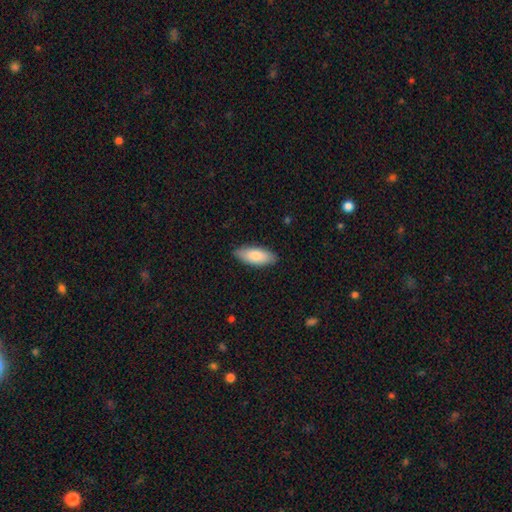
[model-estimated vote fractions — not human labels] The model was most divided on "how rounded": in between: 81%, cigar-shaped: 18%, round: 2%. More confident: merging — none (86%); smooth or featured — smooth (83%).